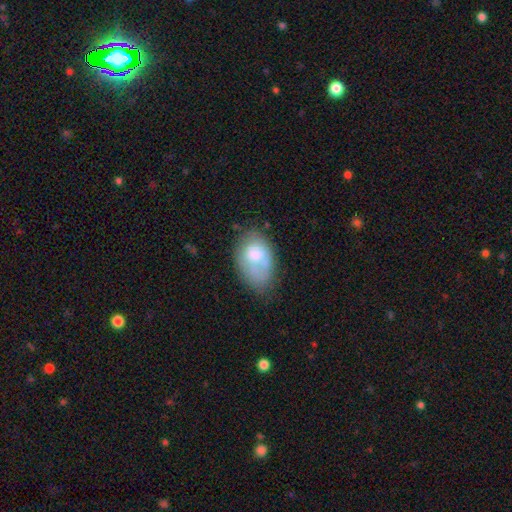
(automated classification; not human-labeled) smooth_or_featured: smooth (p=0.65) [alt: featured or disk p=0.27]
how_rounded: in between (p=0.86) [alt: round p=0.13]
merging: none (p=0.43) [alt: minor disturbance p=0.30]